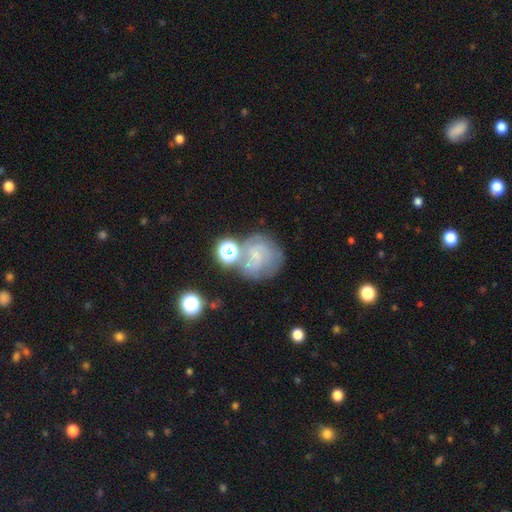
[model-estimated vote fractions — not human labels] A featured or disk galaxy (57%) with no bar (59%), spiral arms (80%) and a small central bulge (55%).

Vote fractions:
- Smooth or featured? featured or disk: 57% / smooth: 27% / star or artifact: 15%
- Edge-on disk? no: 98% / yes: 2%
- Bar? no: 59% / weak: 33% / strong: 7%
- Spiral arms? yes: 80% / no: 20%
- Bulge size? small: 55% / none: 27% / moderate: 14% / large: 2% / dominant: 1%
- Merging? none: 52% / minor disturbance: 18% / merger: 16% / major disturbance: 13%